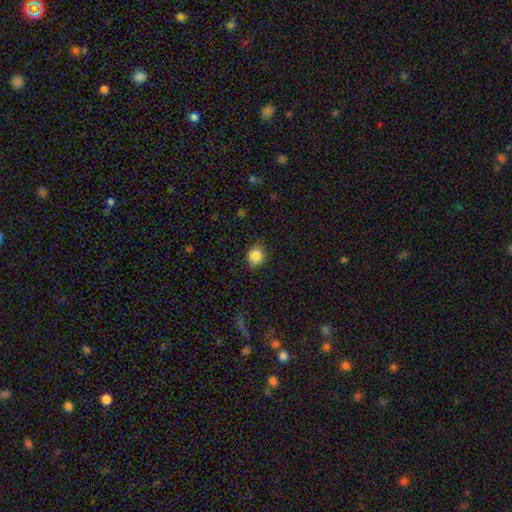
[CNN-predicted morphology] Smooth or featured: smooth — 85% (star or artifact — 10%)
How rounded: round — 76% (in between — 24%)
Merging: none — 82% (minor disturbance — 14%)